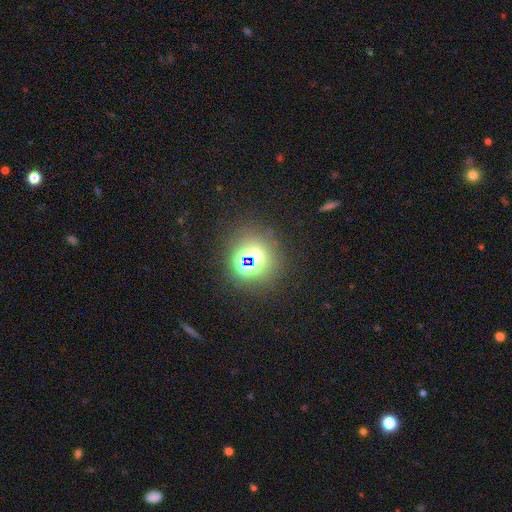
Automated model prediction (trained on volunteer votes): The model was most divided on "smooth or featured": star or artifact: 54%, smooth: 34%, featured or disk: 12%.